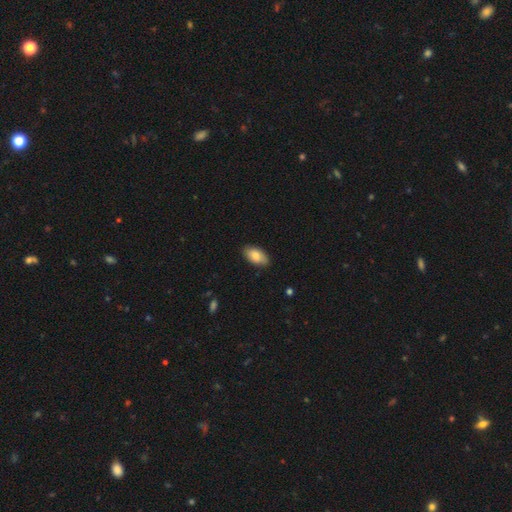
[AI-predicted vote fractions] Overall: smooth (83%). How rounded: in between (95%). Merging: none (84%).